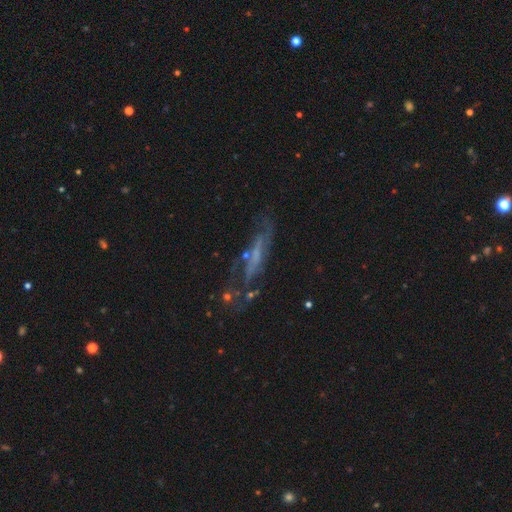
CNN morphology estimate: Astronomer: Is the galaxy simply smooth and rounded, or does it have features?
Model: featured or disk — 66%.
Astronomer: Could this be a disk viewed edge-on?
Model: no — 64%.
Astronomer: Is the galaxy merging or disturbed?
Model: none — 49%.